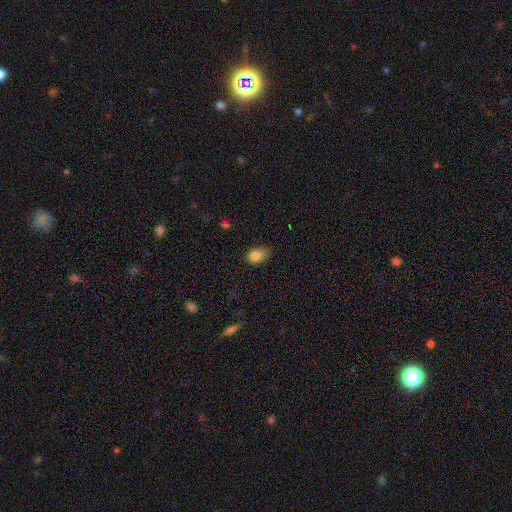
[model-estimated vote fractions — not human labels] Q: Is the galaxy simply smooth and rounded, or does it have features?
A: smooth — 85%.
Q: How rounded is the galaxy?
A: in between — 78%.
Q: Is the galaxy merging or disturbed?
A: none — 71%.